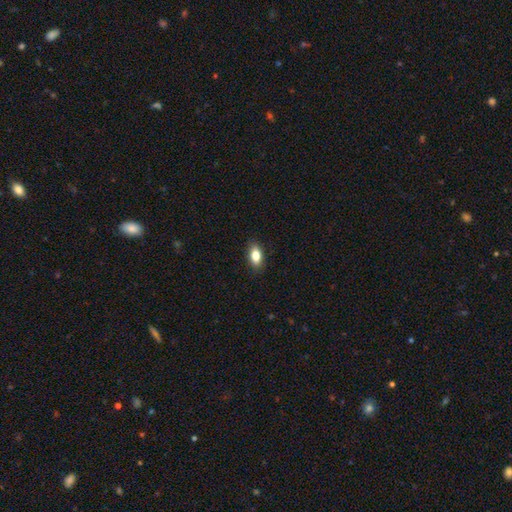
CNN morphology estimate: Q: Smooth or featured?
A: smooth (82%); runner-up: featured or disk (11%)
Q: How rounded?
A: in between (88%); runner-up: cigar-shaped (6%)
Q: Merging?
A: none (88%); runner-up: minor disturbance (9%)